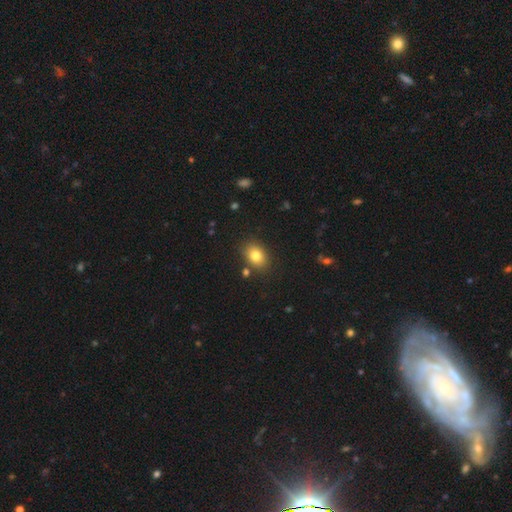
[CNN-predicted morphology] Smooth or featured? Predicted: smooth (p=0.81). How rounded? Predicted: in between (p=0.69). Merging? Predicted: none (p=0.83).